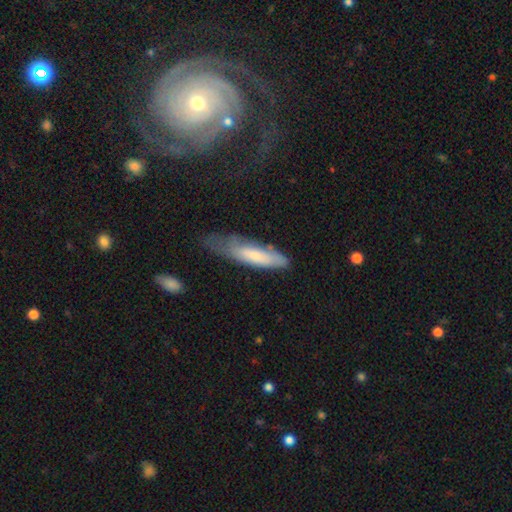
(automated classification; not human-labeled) The model was most divided on "merging": minor disturbance: 38%, none: 35%, major disturbance: 23%, merger: 3%. More confident: smooth or featured — smooth (66%); how rounded — cigar-shaped (66%).